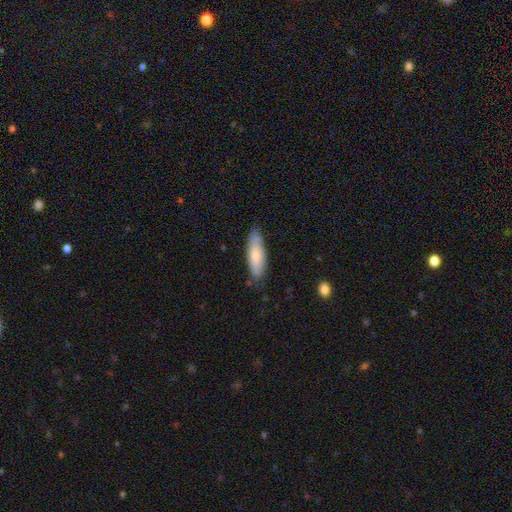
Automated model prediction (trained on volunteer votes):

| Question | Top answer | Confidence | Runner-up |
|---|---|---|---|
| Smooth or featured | smooth | 73% | featured or disk (21%) |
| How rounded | in between | 57% | cigar-shaped (41%) |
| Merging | none | 75% | minor disturbance (20%) |